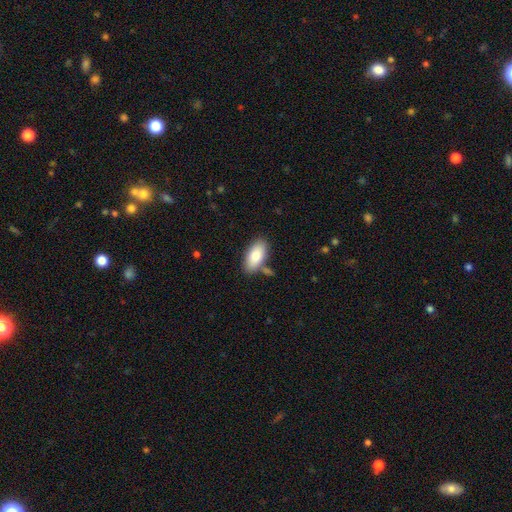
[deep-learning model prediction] Q: Smooth or featured?
A: smooth (82%); runner-up: featured or disk (12%)
Q: How rounded?
A: in between (93%); runner-up: cigar-shaped (5%)
Q: Merging?
A: none (75%); runner-up: minor disturbance (13%)